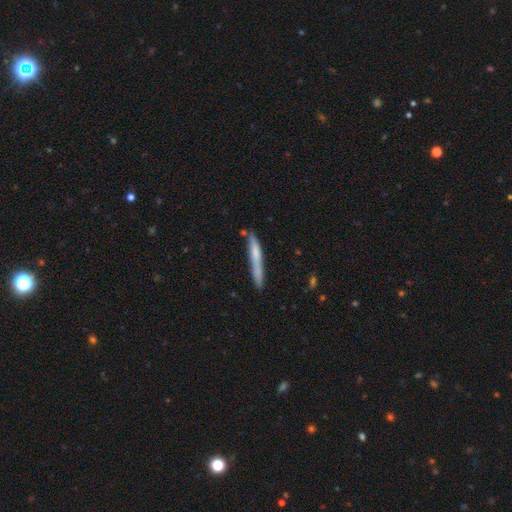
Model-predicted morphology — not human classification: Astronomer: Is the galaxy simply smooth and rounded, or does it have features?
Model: smooth — 61%.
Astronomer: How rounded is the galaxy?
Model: cigar-shaped — 96%.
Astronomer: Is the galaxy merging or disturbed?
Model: none — 74%.